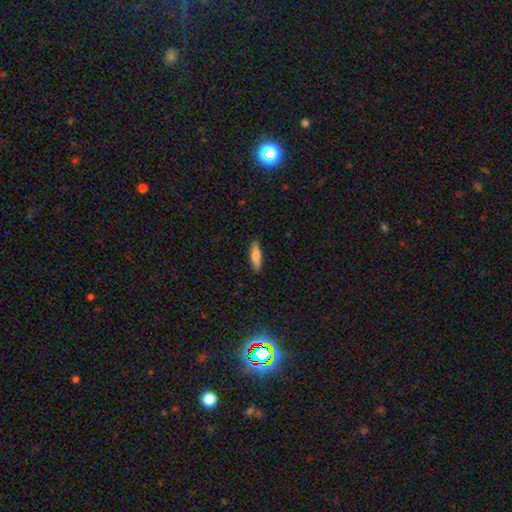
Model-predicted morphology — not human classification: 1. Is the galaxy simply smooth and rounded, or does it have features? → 77% smooth, 17% featured or disk, 6% star or artifact.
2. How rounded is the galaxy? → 60% cigar-shaped, 38% in between, 2% round.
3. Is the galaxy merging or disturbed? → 88% none, 9% minor disturbance, 2% major disturbance, 1% merger.